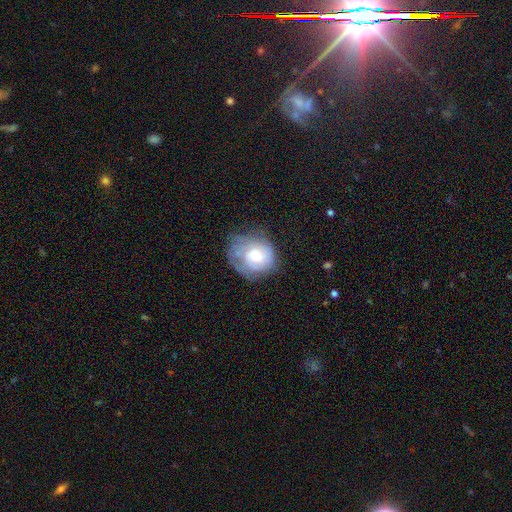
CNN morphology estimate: Overall: featured or disk (57%; smooth 34%). Edge-on disk: no (97%). Bar: no (73%). Spiral arms: yes (73%). Bulge size: moderate (60%; small 22%). Merging: none (54%; minor disturbance 28%).